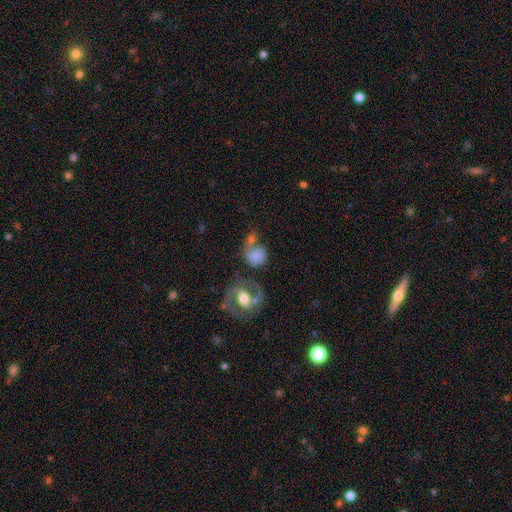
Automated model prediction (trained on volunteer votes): This is likely a smooth galaxy (61%). How rounded: likely round (71%). Merging: marginally none (41%).